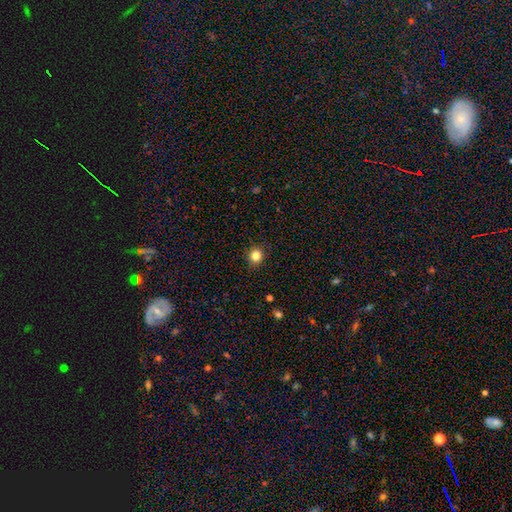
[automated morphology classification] type=smooth (83%); roundness=round (84%); merging=none (90%).